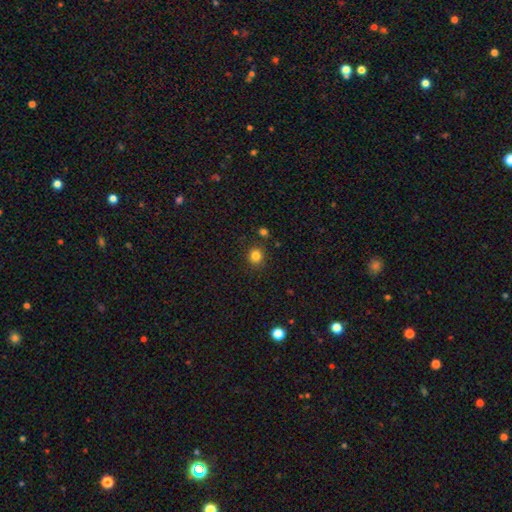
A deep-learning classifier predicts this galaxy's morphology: type=smooth (83%); roundness=round (87%); merging=none (87%).